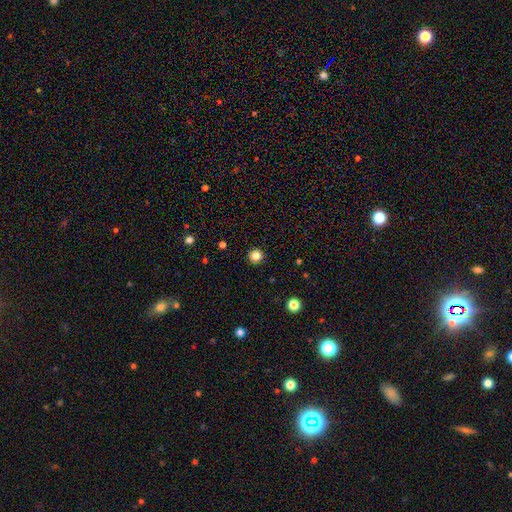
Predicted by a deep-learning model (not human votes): A smooth galaxy with no disk features (83%) that is round (96%).

Vote fractions:
- Smooth or featured? smooth: 83% / star or artifact: 13% / featured or disk: 5%
- How rounded? round: 96% / in between: 3% / cigar-shaped: 1%
- Merging? none: 93% / minor disturbance: 5% / major disturbance: 2% / merger: 1%